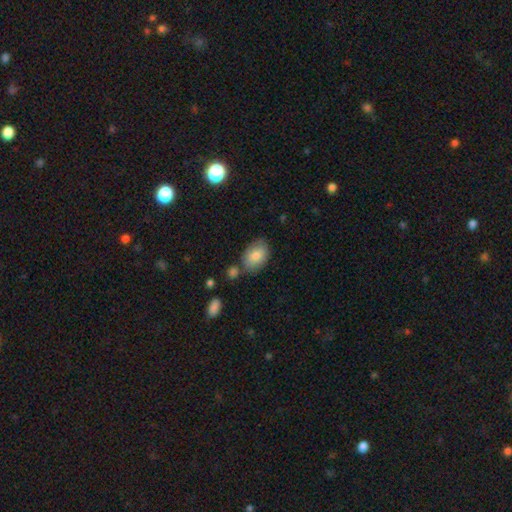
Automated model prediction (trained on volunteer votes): Smooth or featured?
  - smooth: 81% *
  - featured or disk: 12%
  - star or artifact: 7%
How rounded?
  - in between: 83% *
  - round: 16%
  - cigar-shaped: 1%
Merging?
  - none: 68% *
  - minor disturbance: 18%
  - merger: 10%
  - major disturbance: 4%